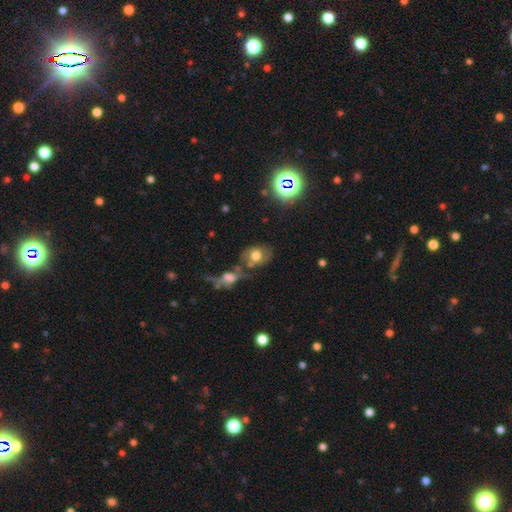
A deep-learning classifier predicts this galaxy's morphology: This is possibly a smooth galaxy (57%). How rounded: likely in between (61%). Merging: marginally none (44%).